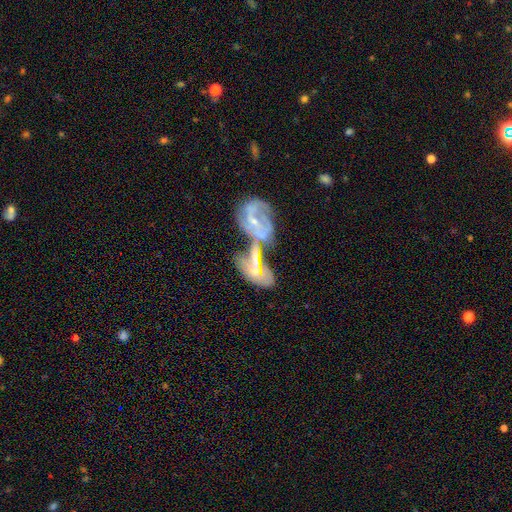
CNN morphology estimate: Smooth or featured?
  - featured or disk: 67% *
  - smooth: 23%
  - star or artifact: 10%
Edge-on disk?
  - no: 93% *
  - yes: 7%
Bar?
  - no: 50% *
  - weak: 34%
  - strong: 16%
Spiral arms?
  - yes: 65% *
  - no: 35%
Bulge size?
  - small: 50% *
  - moderate: 37%
  - none: 8%
  - large: 3%
  - dominant: 1%
Merging?
  - merger: 67% *
  - none: 13%
  - major disturbance: 12%
  - minor disturbance: 8%